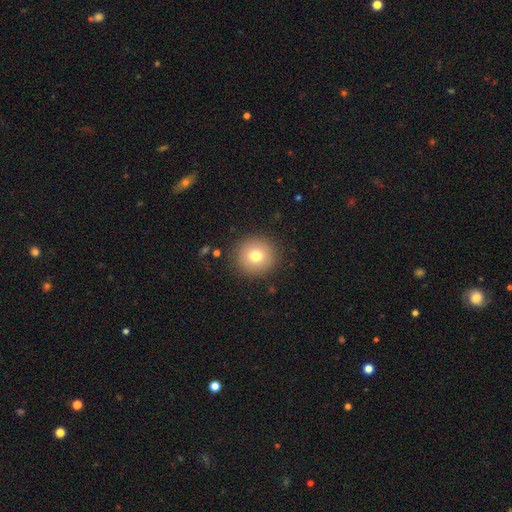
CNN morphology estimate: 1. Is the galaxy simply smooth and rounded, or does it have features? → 75% smooth, 13% featured or disk, 11% star or artifact.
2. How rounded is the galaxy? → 94% round, 5% in between, 1% cigar-shaped.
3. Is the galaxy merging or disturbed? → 90% none, 6% minor disturbance, 3% major disturbance, 1% merger.